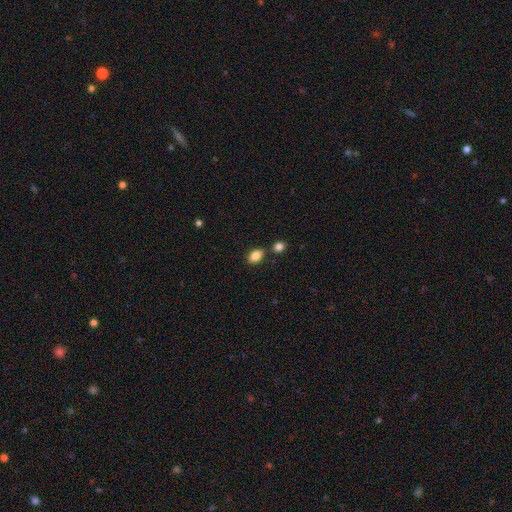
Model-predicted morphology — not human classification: A smooth galaxy with no disk features (86%) that is in between round and cigar-shaped (86%). Merging: none (75%).